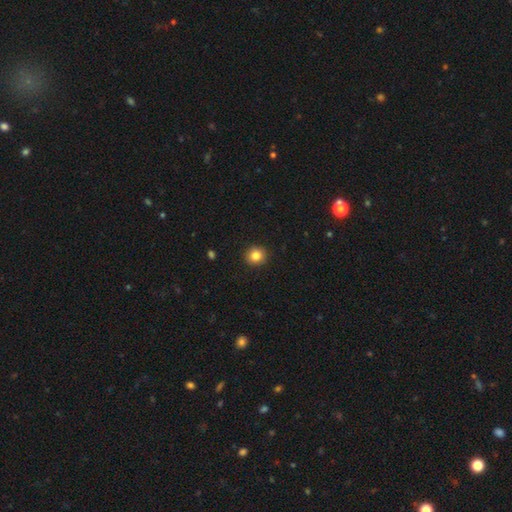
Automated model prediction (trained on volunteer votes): A smooth galaxy with no disk features (84%) that is round (88%).

Vote fractions:
- Smooth or featured? smooth: 84% / star or artifact: 10% / featured or disk: 5%
- How rounded? round: 88% / in between: 11% / cigar-shaped: 1%
- Merging? none: 92% / minor disturbance: 5% / major disturbance: 2% / merger: 1%